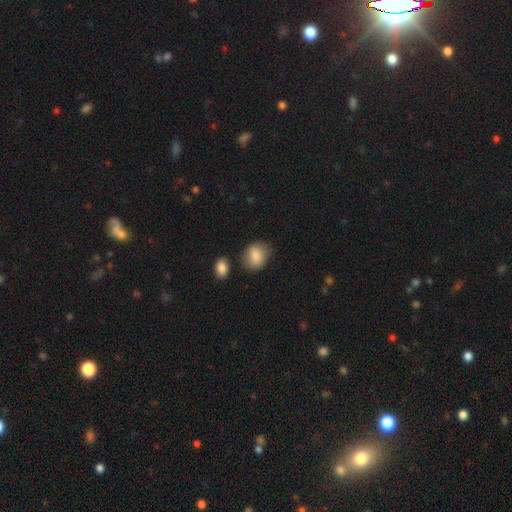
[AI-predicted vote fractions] Morphology: type=smooth (84%); roundness=in between (54%); merging=none (71%).